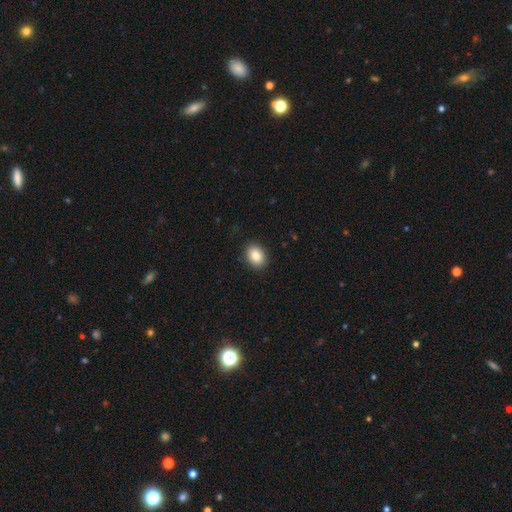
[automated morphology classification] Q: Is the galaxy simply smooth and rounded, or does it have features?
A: smooth — 87%.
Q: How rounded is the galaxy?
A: in between — 70%.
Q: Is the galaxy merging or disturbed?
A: none — 89%.